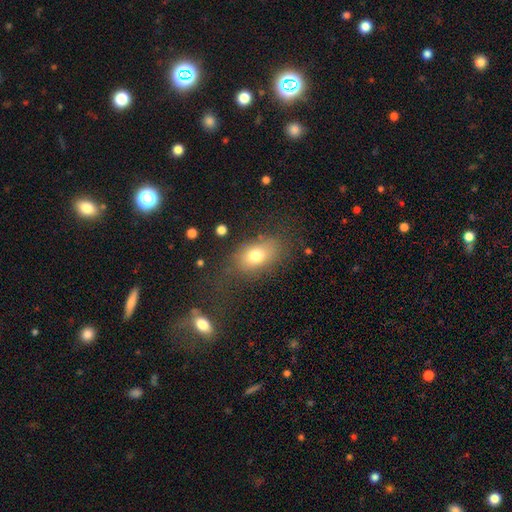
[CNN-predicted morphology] This is likely a smooth galaxy (75%). How rounded: clearly in between (82%). Merging: likely none (67%).